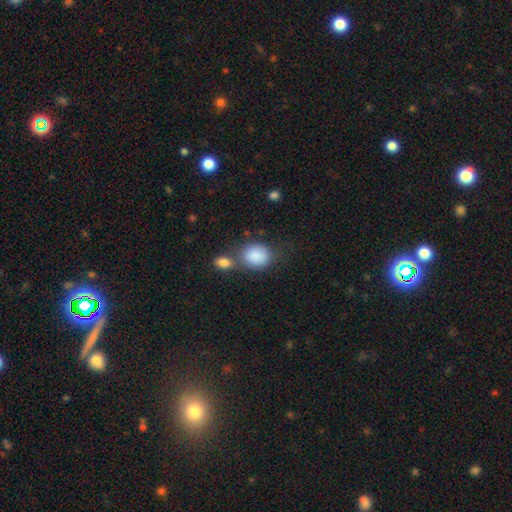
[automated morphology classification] Overall: smooth (87%). How rounded: round (55%; in between 44%). Merging: none (47%; merger 30%).